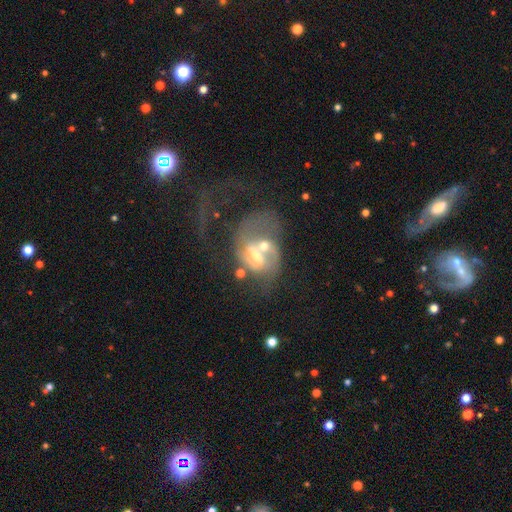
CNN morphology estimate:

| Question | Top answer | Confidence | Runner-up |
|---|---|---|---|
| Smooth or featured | featured or disk | 71% | smooth (19%) |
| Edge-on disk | no | 96% | yes (4%) |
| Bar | no | 43% | weak (40%) |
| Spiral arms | yes | 66% | no (34%) |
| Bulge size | moderate | 54% | small (27%) |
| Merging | merger | 47% | major disturbance (31%) |